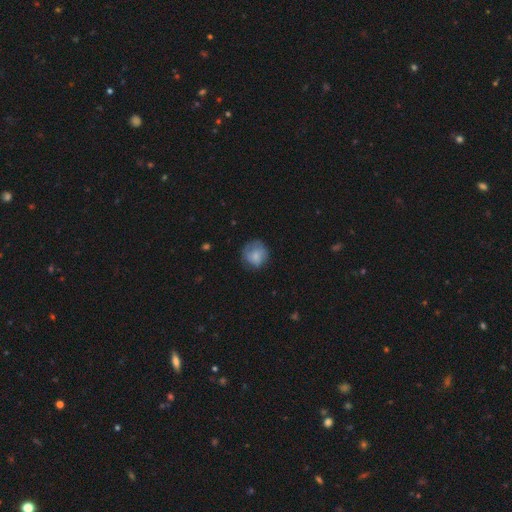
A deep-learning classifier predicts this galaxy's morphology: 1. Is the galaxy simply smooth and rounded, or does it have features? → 75% smooth, 17% featured or disk, 8% star or artifact.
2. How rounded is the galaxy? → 85% round, 14% in between, 1% cigar-shaped.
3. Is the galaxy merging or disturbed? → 67% none, 23% minor disturbance, 9% major disturbance, 1% merger.